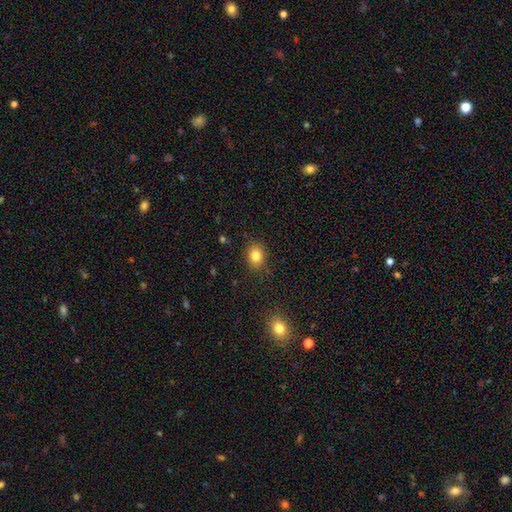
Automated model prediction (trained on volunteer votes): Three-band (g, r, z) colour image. It shows a smooth galaxy with no disk features (83%) that is in between round and cigar-shaped (52%). Merging: none (85%).